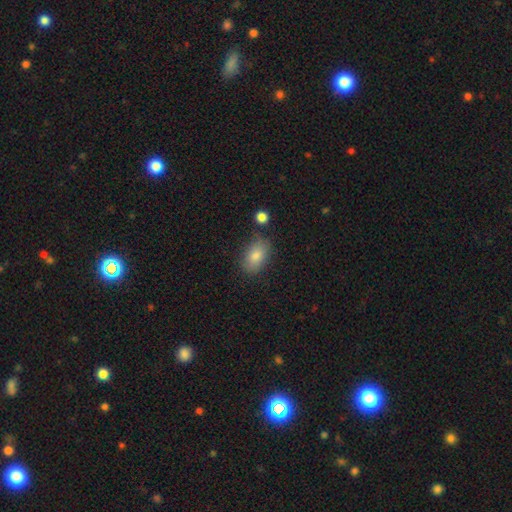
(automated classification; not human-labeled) smooth_or_featured: smooth (p=0.83) [alt: featured or disk p=0.09]
how_rounded: in between (p=0.90) [alt: round p=0.08]
merging: none (p=0.78) [alt: minor disturbance p=0.14]